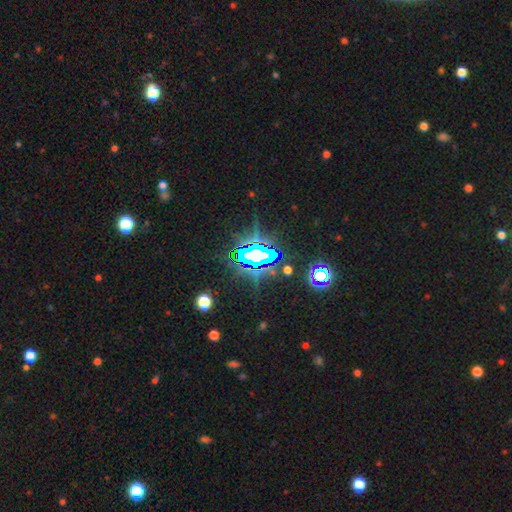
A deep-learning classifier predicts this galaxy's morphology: Q: Smooth or featured?
A: star or artifact (76%); runner-up: featured or disk (13%)